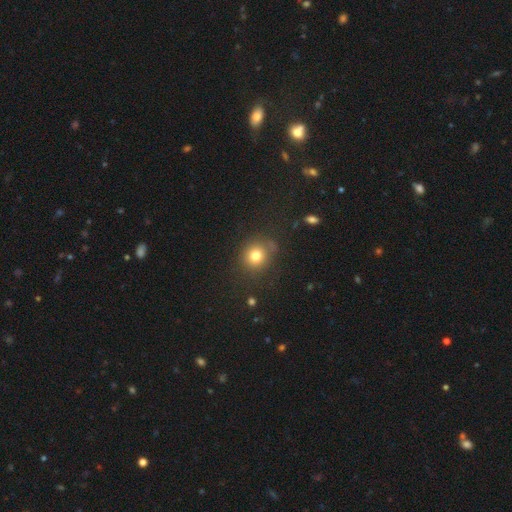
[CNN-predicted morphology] Smooth or featured? Predicted: smooth (p=0.78). How rounded? Predicted: round (p=0.84). Merging? Predicted: none (p=0.79).